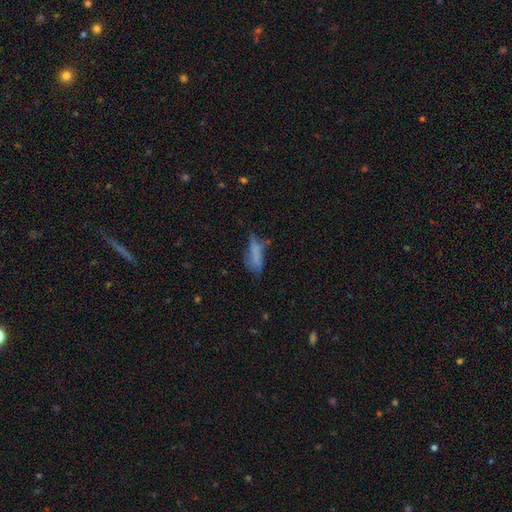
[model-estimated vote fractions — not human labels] A smooth galaxy with no disk features (67%) that is in between round and cigar-shaped (51%). Merging: none (41%).